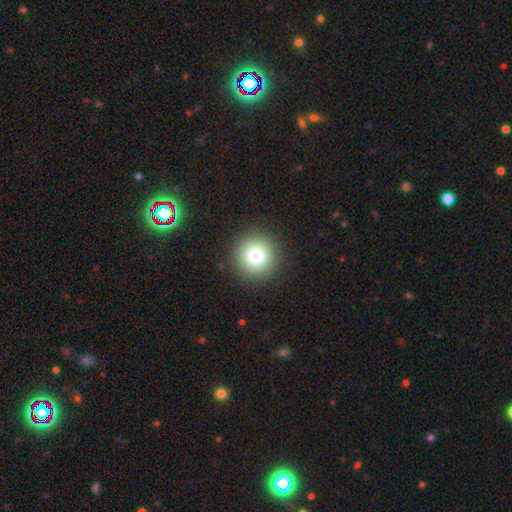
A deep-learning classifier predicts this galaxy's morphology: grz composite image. It shows a smooth galaxy with no disk features (78%) that is round (96%). Merging: none (92%).